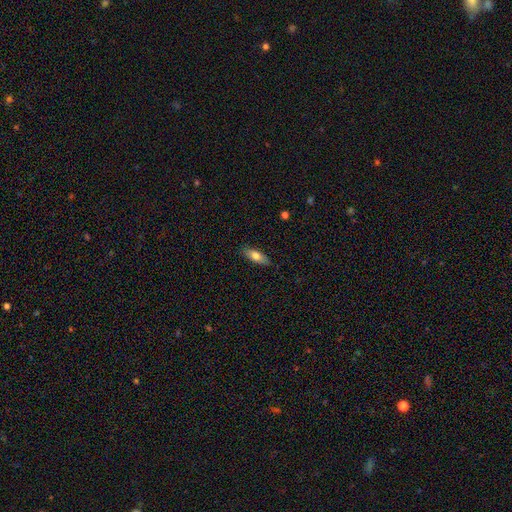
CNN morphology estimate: Q: Smooth or featured?
A: smooth (71%); runner-up: featured or disk (22%)
Q: How rounded?
A: in between (68%); runner-up: cigar-shaped (29%)
Q: Merging?
A: none (86%); runner-up: minor disturbance (11%)